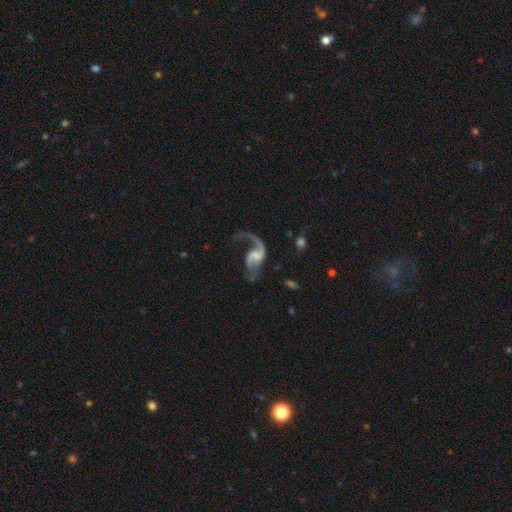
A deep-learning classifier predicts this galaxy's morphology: Smooth or featured: featured or disk — 85% (smooth — 9%)
Edge-on disk: no — 98% (yes — 2%)
Bar: weak — 44% (no — 43%)
Spiral arms: yes — 94% (no — 6%)
Spiral winding: loose — 76% (medium — 21%)
Spiral arm count: 2 — 60% (1 — 35%)
Bulge size: small — 38% (none — 31%)
Merging: none — 39% (tied with major disturbance — 39%)